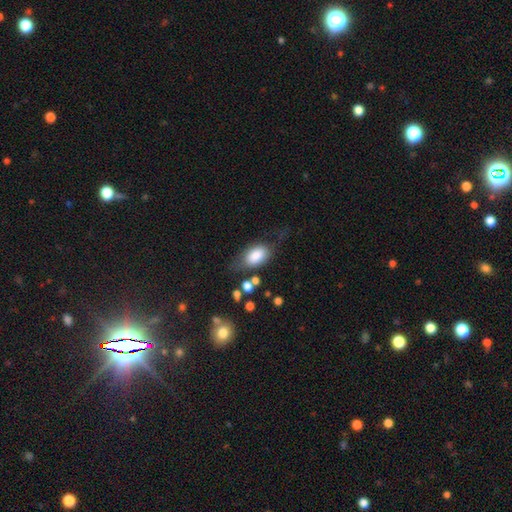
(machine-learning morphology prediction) smooth 80%, featured or disk 13%, star or artifact 7%. Down the decision tree: how rounded — in between (90%); merging — none (50%).